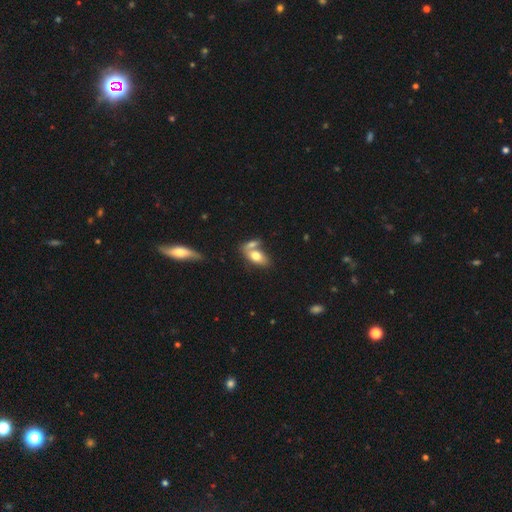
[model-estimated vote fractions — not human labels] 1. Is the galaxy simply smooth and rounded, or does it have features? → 72% smooth, 21% featured or disk, 7% star or artifact.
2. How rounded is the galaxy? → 88% in between, 6% cigar-shaped, 6% round.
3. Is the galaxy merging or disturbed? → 46% merger, 39% none, 11% minor disturbance, 5% major disturbance.